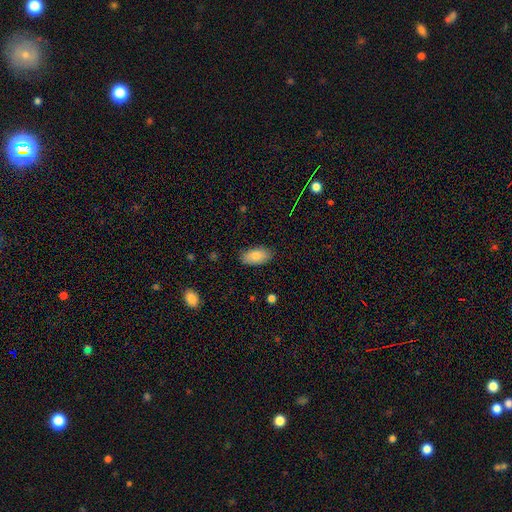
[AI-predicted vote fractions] Q: Smooth or featured?
A: smooth (81%); runner-up: featured or disk (12%)
Q: How rounded?
A: in between (94%); runner-up: round (3%)
Q: Merging?
A: none (85%); runner-up: minor disturbance (12%)